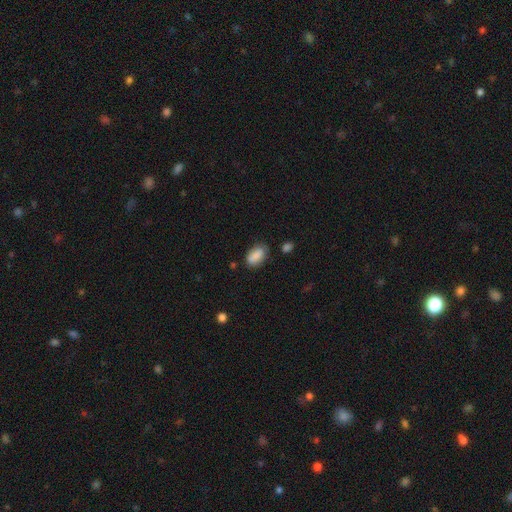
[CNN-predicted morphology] Overall: smooth (88%). How rounded: in between (92%). Merging: none (74%).